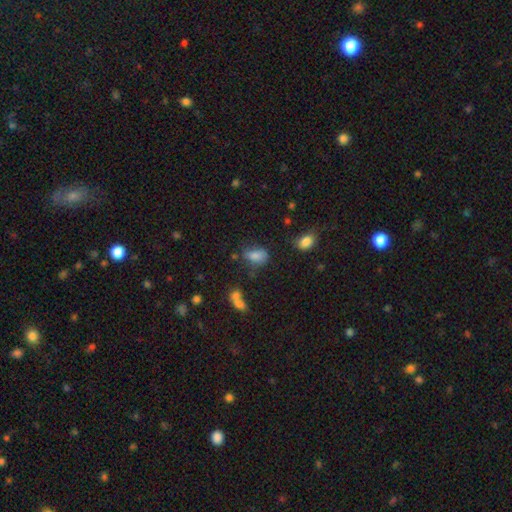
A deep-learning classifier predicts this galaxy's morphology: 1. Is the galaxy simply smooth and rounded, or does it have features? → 79% smooth, 11% star or artifact, 10% featured or disk.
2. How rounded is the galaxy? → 86% in between, 11% round, 3% cigar-shaped.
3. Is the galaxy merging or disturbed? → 52% none, 27% minor disturbance, 13% major disturbance, 8% merger.